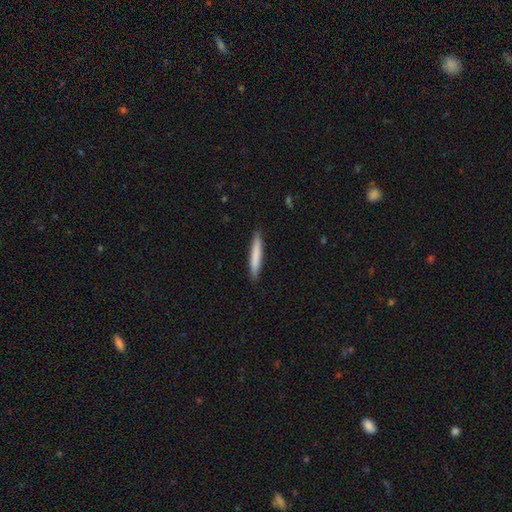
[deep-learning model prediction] Smooth or featured? Predicted: smooth (p=0.78). How rounded? Predicted: cigar-shaped (p=0.95). Merging? Predicted: none (p=0.90).